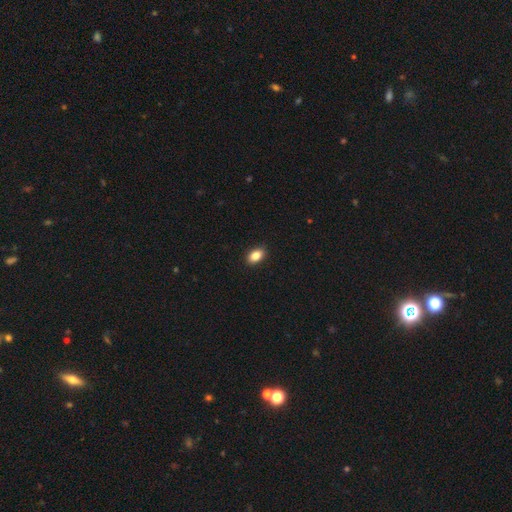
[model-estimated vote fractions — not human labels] This is clearly a smooth galaxy (85%). How rounded: clearly in between (87%). Merging: clearly none (89%).